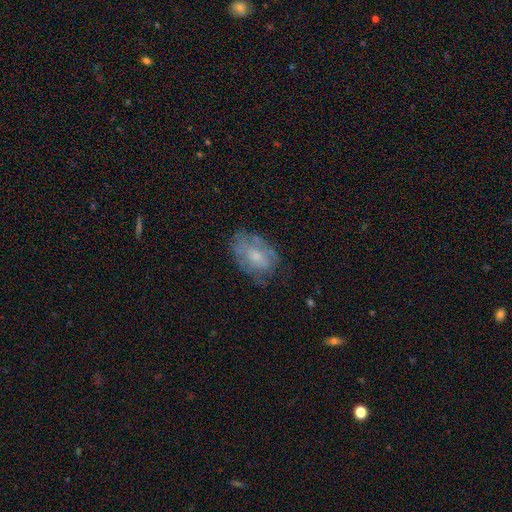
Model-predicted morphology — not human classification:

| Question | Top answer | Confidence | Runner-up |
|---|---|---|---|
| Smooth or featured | featured or disk | 46% | smooth (45%) |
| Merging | none | 58% | minor disturbance (26%) |